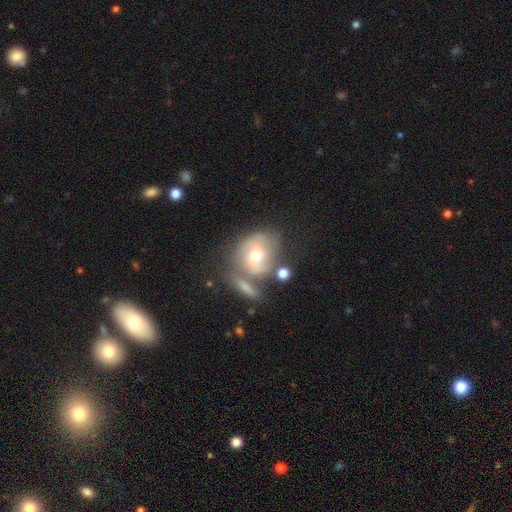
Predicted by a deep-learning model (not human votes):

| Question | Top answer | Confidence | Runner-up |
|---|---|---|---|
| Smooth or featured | featured or disk | 51% | smooth (40%) |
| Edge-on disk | no | 94% | yes (6%) |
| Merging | none | 39% | merger (30%) |